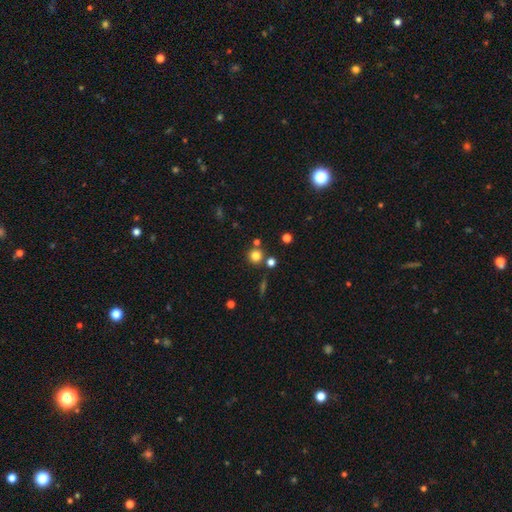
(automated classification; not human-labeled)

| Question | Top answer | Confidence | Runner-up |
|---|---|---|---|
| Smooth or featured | smooth | 78% | star or artifact (14%) |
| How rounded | round | 92% | in between (7%) |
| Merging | none | 77% | merger (13%) |